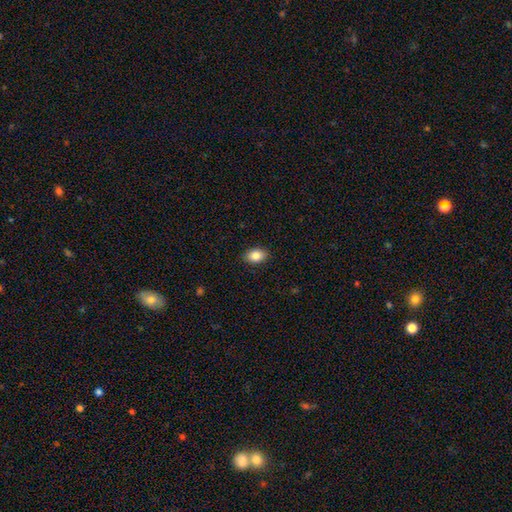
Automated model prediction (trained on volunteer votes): This appears to be a smooth galaxy with no disk features (87%) that is in between round and cigar-shaped (81%). Merging: none (89%).